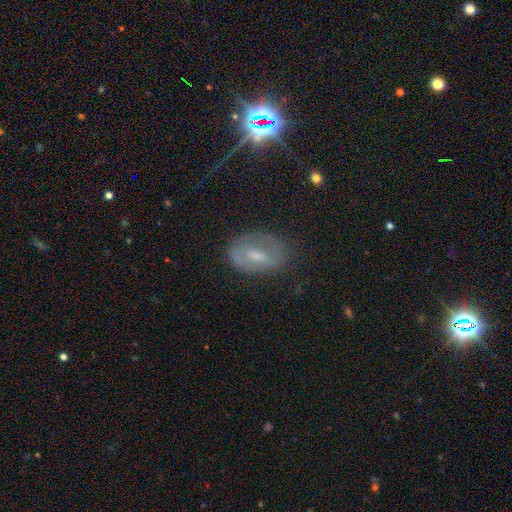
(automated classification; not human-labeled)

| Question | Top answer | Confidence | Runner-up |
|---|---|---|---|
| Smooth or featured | featured or disk | 47% | smooth (41%) |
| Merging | none | 70% | minor disturbance (20%) |